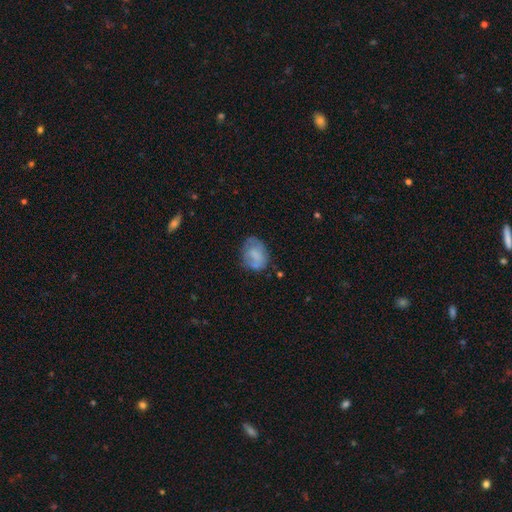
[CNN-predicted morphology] This is likely a smooth galaxy (62%). How rounded: likely in between (61%). Merging: possibly none (56%).